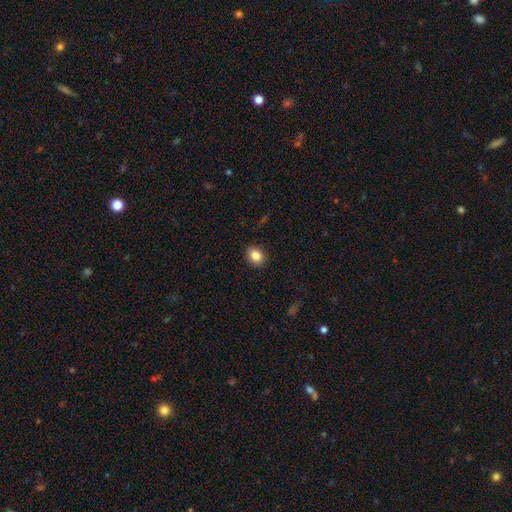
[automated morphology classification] The model was most divided on "how rounded": round: 56%, in between: 43%, cigar-shaped: 1%. More confident: merging — none (90%); smooth or featured — smooth (85%).